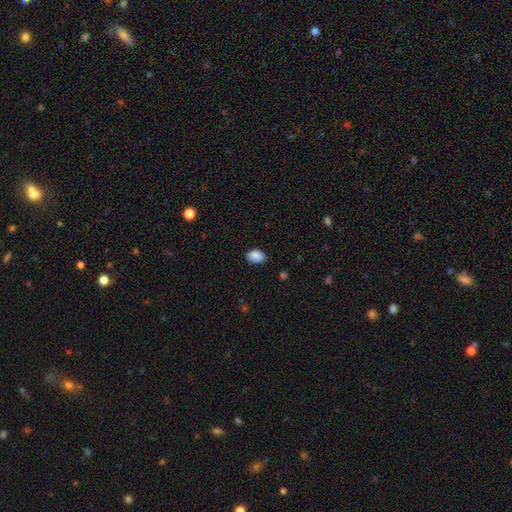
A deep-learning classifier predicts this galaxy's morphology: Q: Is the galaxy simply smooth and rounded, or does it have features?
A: smooth — 89%.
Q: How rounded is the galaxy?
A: in between — 84%.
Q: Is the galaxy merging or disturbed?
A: none — 84%.